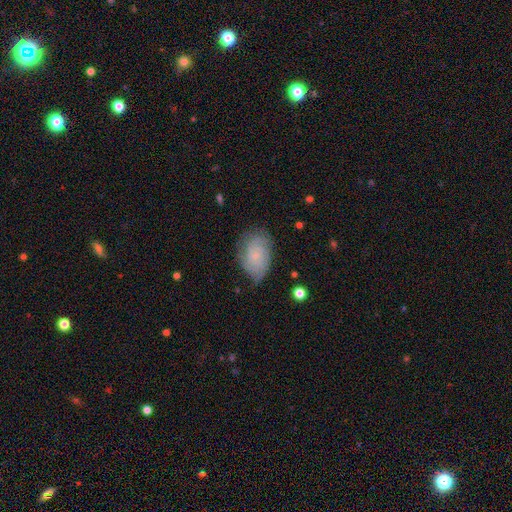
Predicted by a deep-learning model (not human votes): A featured or disk galaxy (62%) with no bar (77%), tight (62%) spiral arms (90%) and a small central bulge (75%). Merging: none (67%).